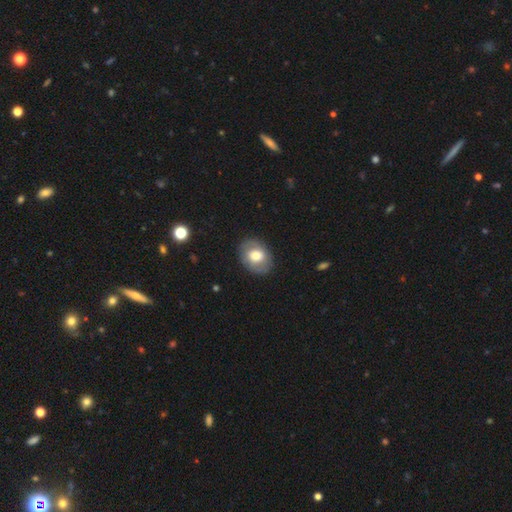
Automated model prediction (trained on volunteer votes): A smooth galaxy with no disk features (63%) that is in between round and cigar-shaped (64%).

Vote fractions:
- Smooth or featured? smooth: 63% / featured or disk: 30% / star or artifact: 7%
- How rounded? in between: 64% / round: 35% / cigar-shaped: 1%
- Merging? none: 84% / minor disturbance: 11% / major disturbance: 4% / merger: 1%